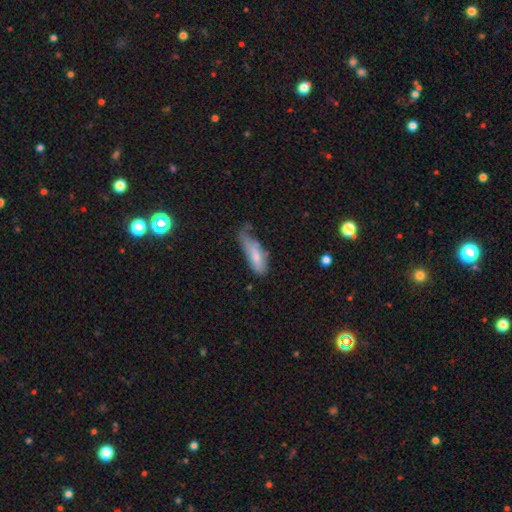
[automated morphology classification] A smooth galaxy with no disk features (72%) that is in between round and cigar-shaped (59%). Merging: minor disturbance (41%).